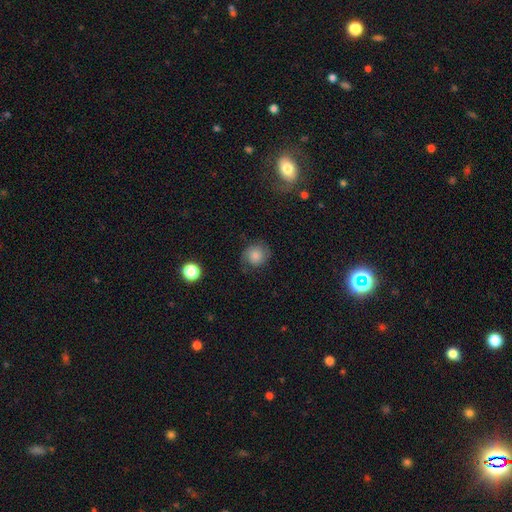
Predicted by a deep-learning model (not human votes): Overall: smooth (60%; featured or disk 29%). How rounded: round (81%). Merging: none (71%).